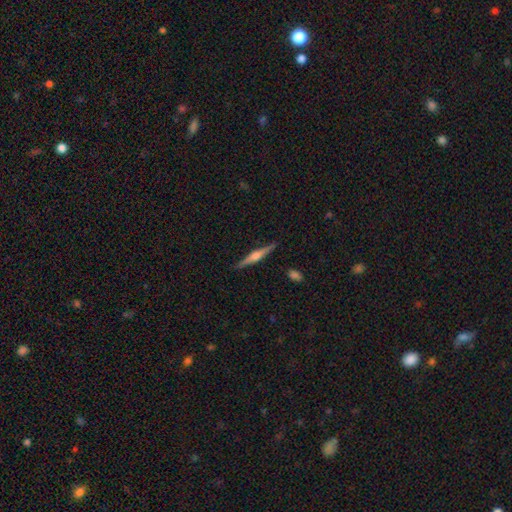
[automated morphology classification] smooth_or_featured: featured or disk (p=0.73) [alt: smooth p=0.21]
disk_edge_on: yes (p=0.98) [alt: no p=0.02]
edge_on_bulge: rounded (p=0.82) [alt: boxy p=0.13]
merging: none (p=0.90) [alt: minor disturbance p=0.07]